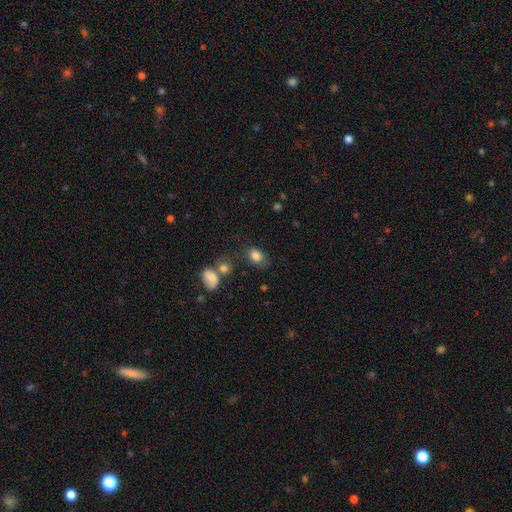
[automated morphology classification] This appears to be a smooth galaxy with no disk features (84%) that is in between round and cigar-shaped (72%). Merging: none (61%).